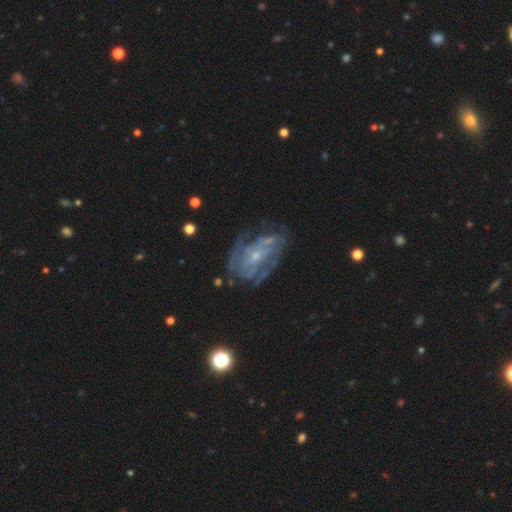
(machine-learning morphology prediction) Smooth or featured? featured or disk (81%)
Edge-on disk? no (96%)
Bar? no (56%)
Spiral arms? yes (78%)
Spiral winding? tight (52%)
Spiral arm count? can't tell (47%)
Bulge size? small (69%)
Merging? none (59%)